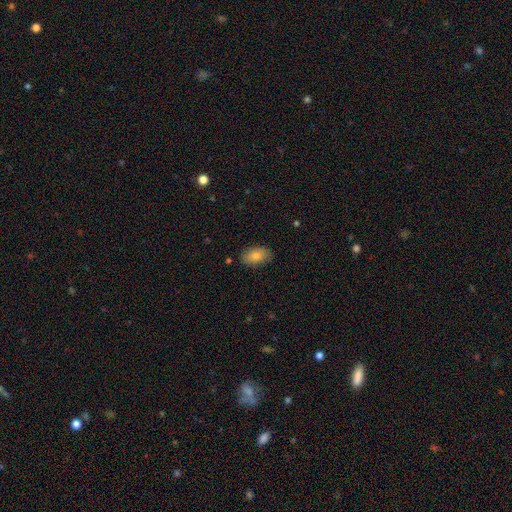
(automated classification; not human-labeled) Morphology: type=smooth (79%); roundness=in between (92%); merging=none (86%).